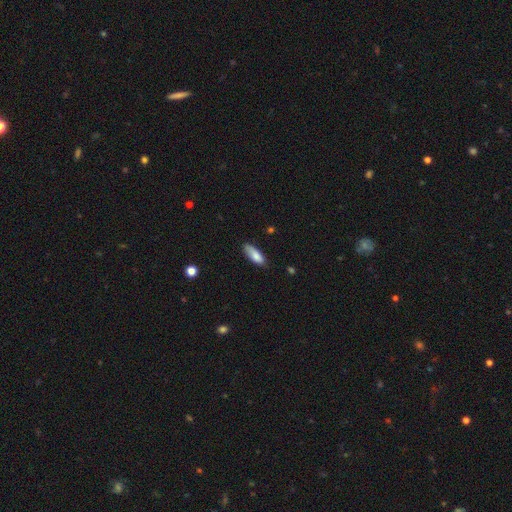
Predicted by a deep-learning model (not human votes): The model was most divided on "how rounded": in between: 70%, cigar-shaped: 28%, round: 2%. More confident: smooth or featured — smooth (82%); merging — none (70%).